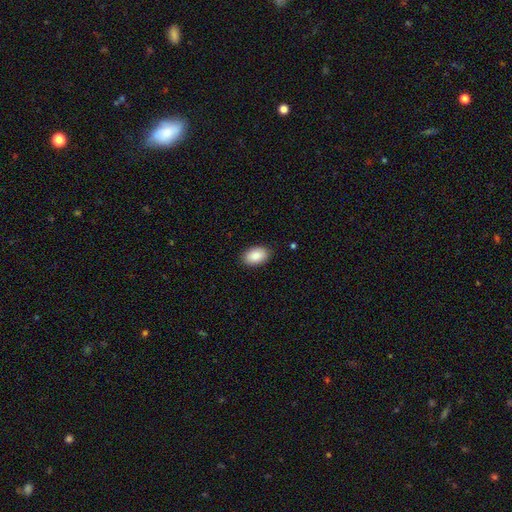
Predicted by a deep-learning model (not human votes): Smooth or featured: smooth — 89% (star or artifact — 7%)
How rounded: in between — 90% (round — 9%)
Merging: none — 89% (minor disturbance — 8%)